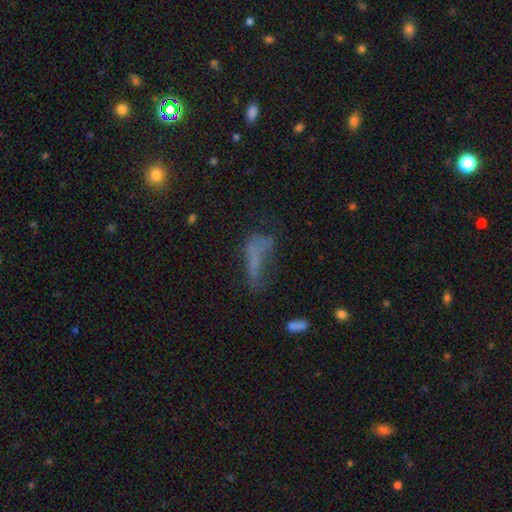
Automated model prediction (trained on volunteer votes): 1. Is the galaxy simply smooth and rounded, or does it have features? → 46% smooth, 32% featured or disk, 22% star or artifact.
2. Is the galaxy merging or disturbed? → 39% major disturbance, 32% none, 21% minor disturbance, 9% merger.